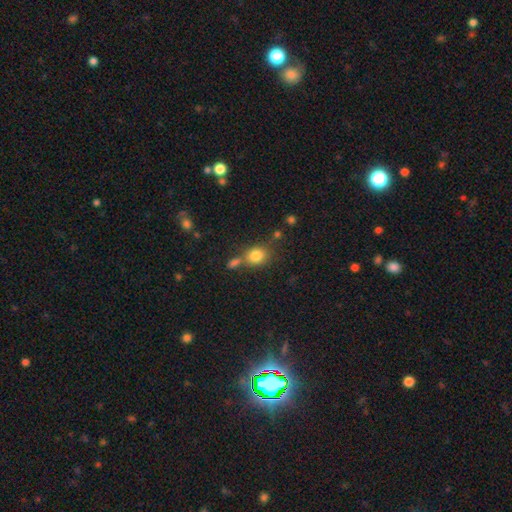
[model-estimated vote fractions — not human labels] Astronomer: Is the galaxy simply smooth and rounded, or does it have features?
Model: smooth — 82%.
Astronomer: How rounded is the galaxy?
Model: round — 57% (runner-up: in between, 41%).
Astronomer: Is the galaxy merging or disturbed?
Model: none — 55%.